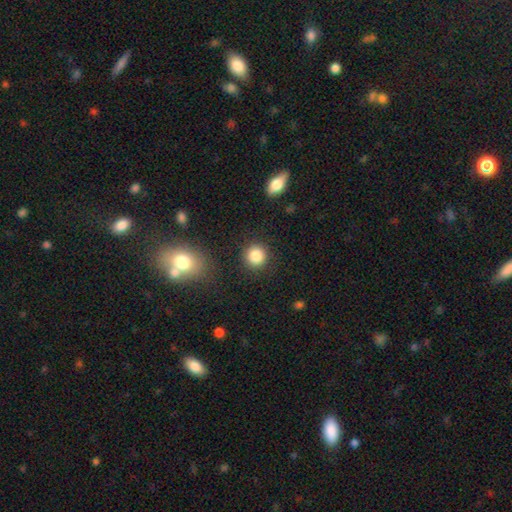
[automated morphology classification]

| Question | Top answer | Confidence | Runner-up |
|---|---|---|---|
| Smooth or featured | smooth | 85% | star or artifact (10%) |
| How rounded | round | 90% | in between (9%) |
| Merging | none | 89% | minor disturbance (7%) |